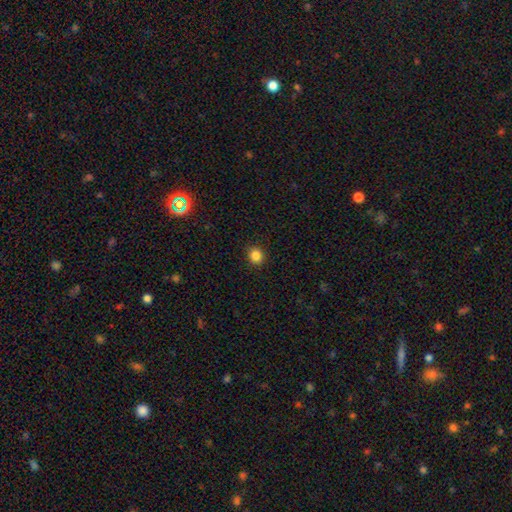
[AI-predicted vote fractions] The model was most divided on "how rounded": round: 85%, in between: 14%, cigar-shaped: 1%. More confident: merging — none (92%); smooth or featured — smooth (85%).